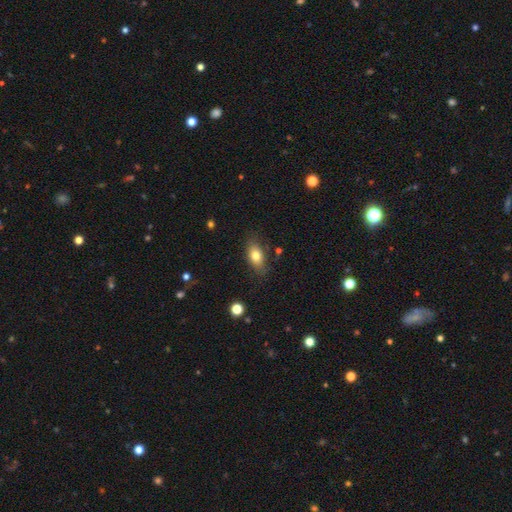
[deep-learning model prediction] Overall: smooth (77%). How rounded: in between (85%). Merging: none (77%).